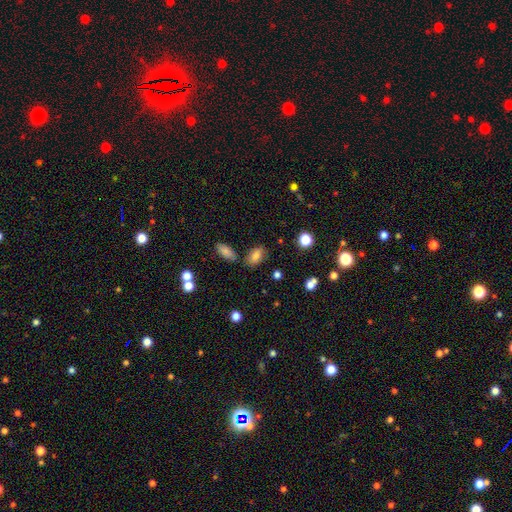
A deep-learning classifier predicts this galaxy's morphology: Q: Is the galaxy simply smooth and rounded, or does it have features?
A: smooth — 77%.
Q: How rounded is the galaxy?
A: in between — 88%.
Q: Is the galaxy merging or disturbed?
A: none — 73%.